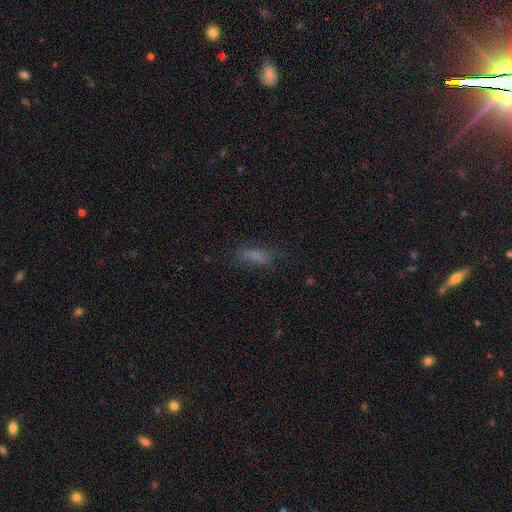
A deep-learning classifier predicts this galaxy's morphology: Overall: smooth (71%). How rounded: in between (56%; cigar-shaped 40%). Merging: none (67%).